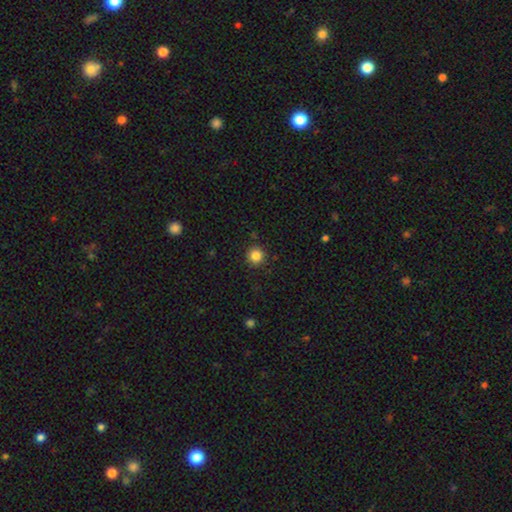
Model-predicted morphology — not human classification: smooth 84%, star or artifact 12%, featured or disk 4%. Down the decision tree: how rounded — round (94%); merging — none (91%).